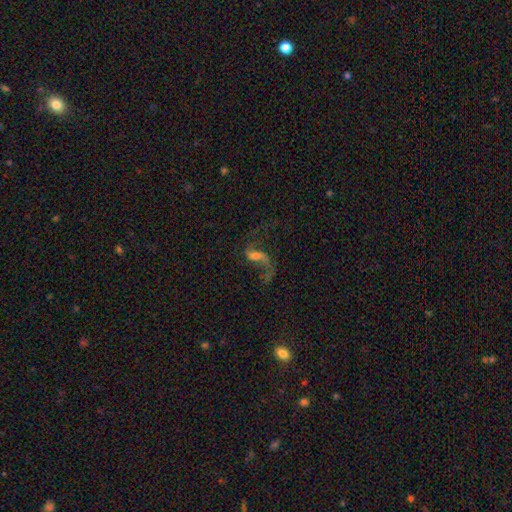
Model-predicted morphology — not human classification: The model was most divided on "bulge size": moderate: 41%, small: 34%, none: 12%, large: 11%, dominant: 2%. Remaining: edge-on disk — no (96%); spiral arms — yes (91%); spiral winding — loose (85%); spiral arm count — 2 (81%); smooth or featured — featured or disk (77%); merging — none (47%); bar — weak (46%).